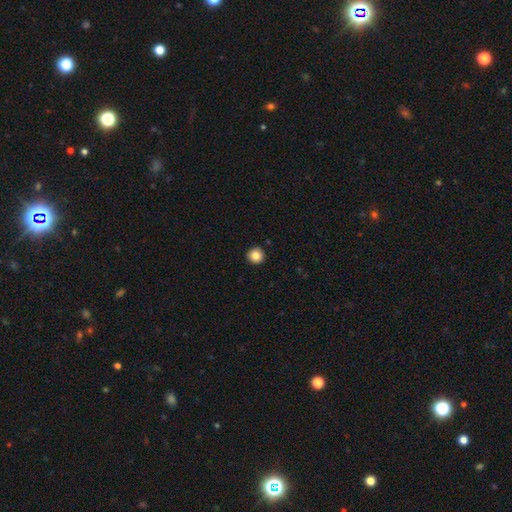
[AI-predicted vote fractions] Smooth or featured?
  - smooth: 85% *
  - star or artifact: 10%
  - featured or disk: 6%
How rounded?
  - round: 96% *
  - in between: 3%
  - cigar-shaped: 1%
Merging?
  - none: 93% *
  - minor disturbance: 4%
  - major disturbance: 1%
  - merger: 1%